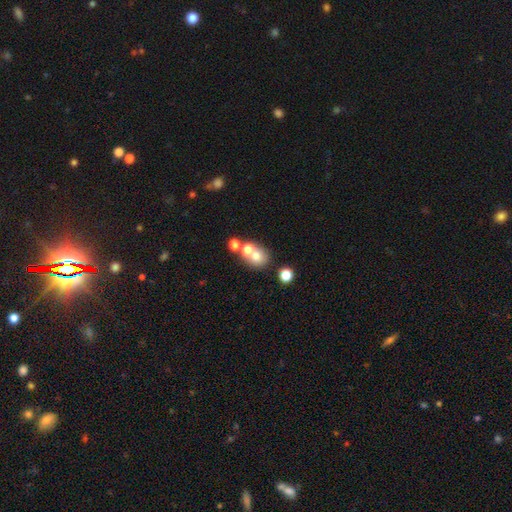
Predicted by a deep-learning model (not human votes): smooth-or-featured: smooth: 67% | featured or disk: 19% | star or artifact: 14%
  how-rounded: round: 67% | in between: 32% | cigar-shaped: 1%
  merging: merger: 51% | none: 37% | minor disturbance: 7% | major disturbance: 4%